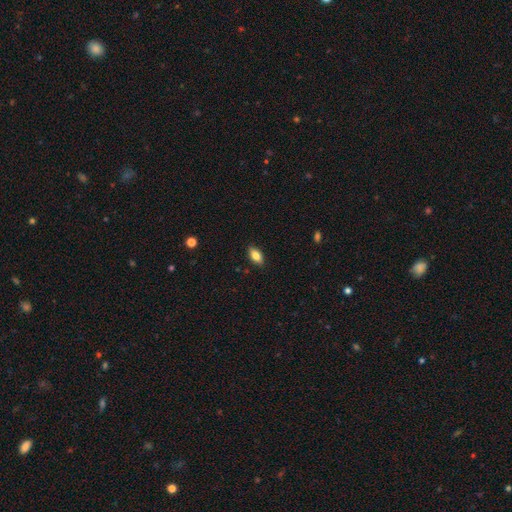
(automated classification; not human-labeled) This appears to be a smooth galaxy with no disk features (83%) that is in between round and cigar-shaped (90%). Merging: none (88%).